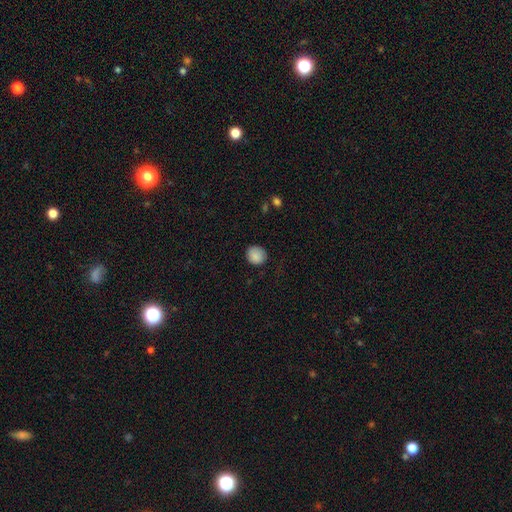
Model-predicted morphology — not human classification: Smooth or featured: smooth — 87% (star or artifact — 8%)
How rounded: round — 82% (in between — 17%)
Merging: none — 80% (minor disturbance — 15%)